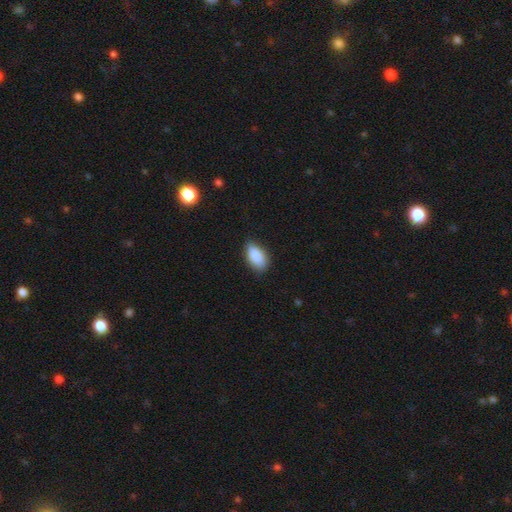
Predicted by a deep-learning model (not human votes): Smooth or featured: smooth — 87% (star or artifact — 7%)
How rounded: in between — 91% (cigar-shaped — 5%)
Merging: none — 76% (minor disturbance — 20%)